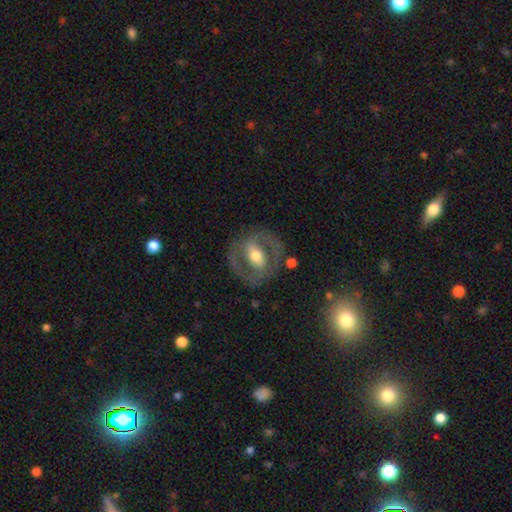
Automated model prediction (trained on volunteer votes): Morphology: type=featured or disk (72%); edge-on=no (95%); bar=strong (39%); spiral arms=yes (60%); bulge=moderate (69%); merging=none (77%).